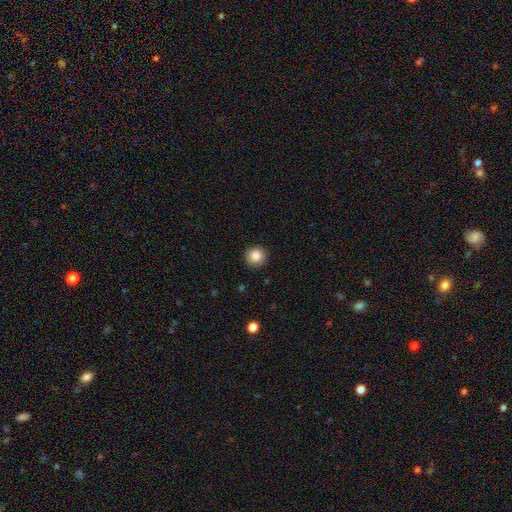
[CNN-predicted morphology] Smooth or featured?
  - smooth: 86% *
  - star or artifact: 9%
  - featured or disk: 5%
How rounded?
  - round: 92% *
  - in between: 7%
  - cigar-shaped: 1%
Merging?
  - none: 88% *
  - minor disturbance: 9%
  - major disturbance: 2%
  - merger: 1%